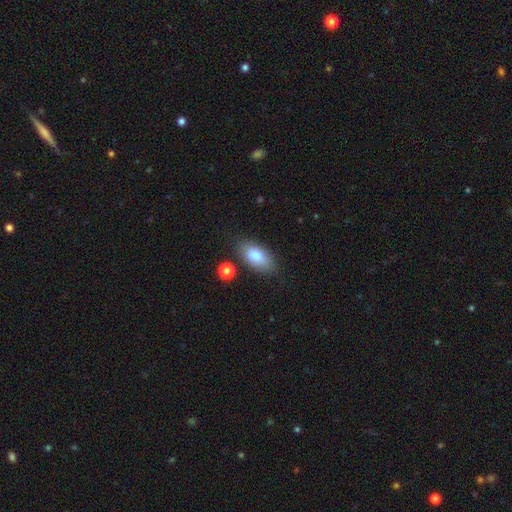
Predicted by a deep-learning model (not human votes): Morphology: type=smooth (83%); roundness=in between (91%); merging=none (79%).